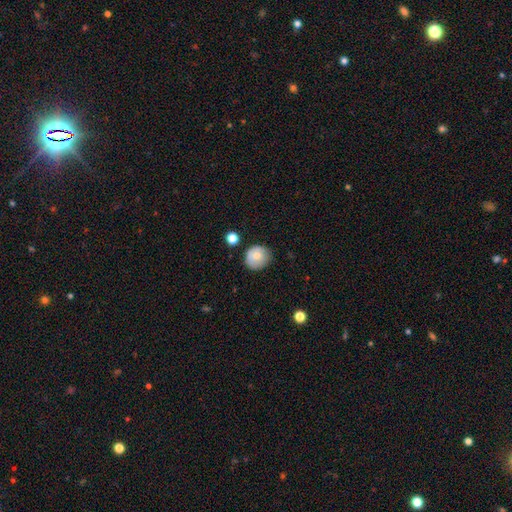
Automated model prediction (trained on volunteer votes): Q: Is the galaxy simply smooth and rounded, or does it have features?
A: smooth — 73%.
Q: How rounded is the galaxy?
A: round — 85%.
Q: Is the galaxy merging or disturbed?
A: none — 75%.